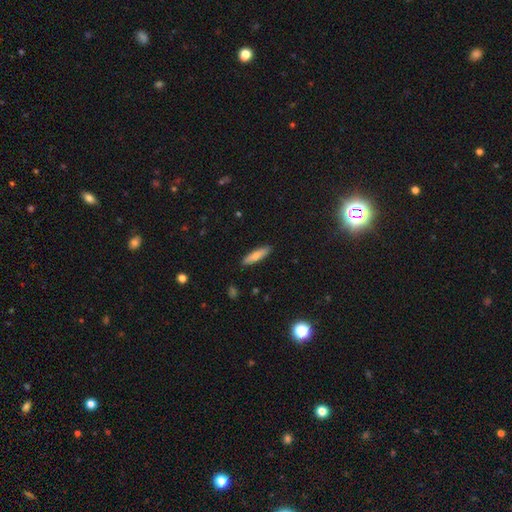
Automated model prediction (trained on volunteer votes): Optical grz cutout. It shows a smooth galaxy with no disk features (76%) that is cigar-shaped (72%). Merging: none (89%).